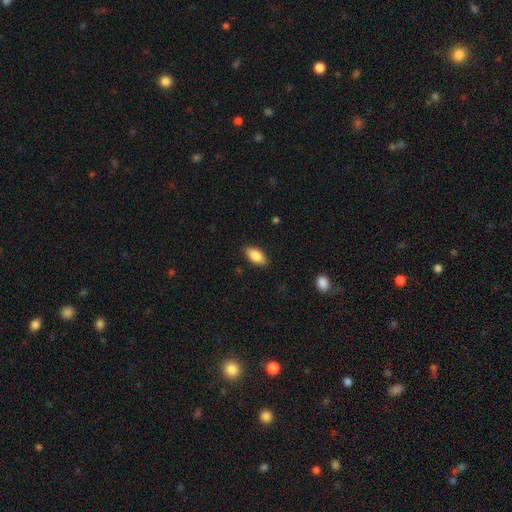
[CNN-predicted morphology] type=smooth (85%); roundness=in between (91%); merging=none (87%).